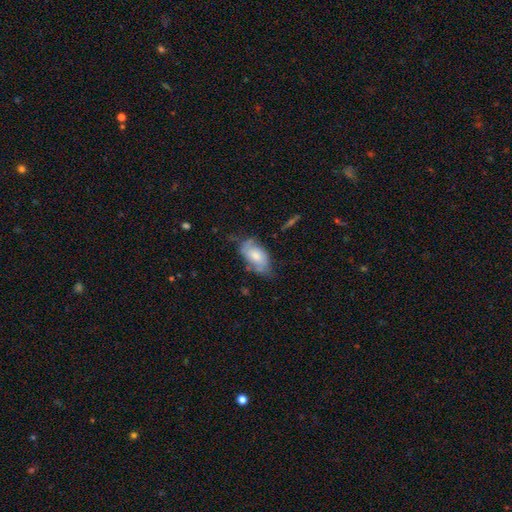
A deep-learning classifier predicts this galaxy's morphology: The model was most divided on "merging": none: 51%, minor disturbance: 34%, major disturbance: 12%, merger: 3%. More confident: how rounded — in between (92%); smooth or featured — smooth (65%).